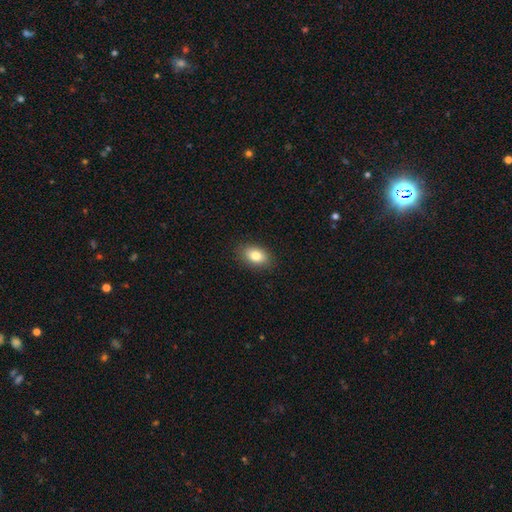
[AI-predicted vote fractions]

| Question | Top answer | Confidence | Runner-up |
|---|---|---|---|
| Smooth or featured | smooth | 81% | featured or disk (11%) |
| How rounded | in between | 86% | round (12%) |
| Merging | none | 87% | minor disturbance (9%) |